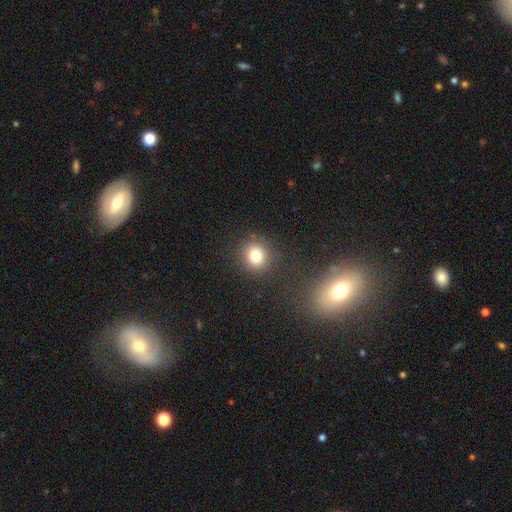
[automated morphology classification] A smooth galaxy with no disk features (78%) that is round (85%). Merging: none (87%).